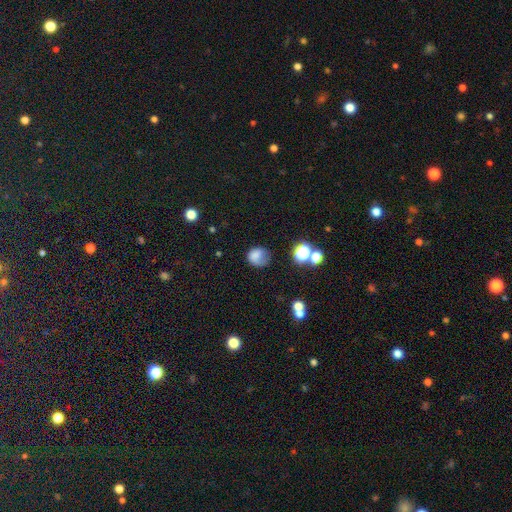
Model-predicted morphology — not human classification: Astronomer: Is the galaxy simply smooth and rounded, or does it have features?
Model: smooth — 76%.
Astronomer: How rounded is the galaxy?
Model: round — 71%.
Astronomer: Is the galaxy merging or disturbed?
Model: none — 49% (runner-up: minor disturbance, 29%).